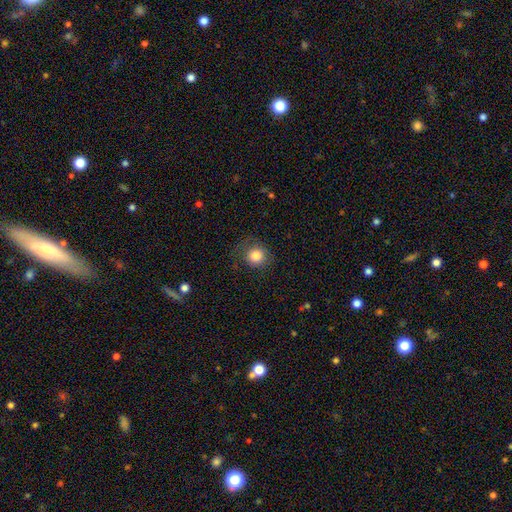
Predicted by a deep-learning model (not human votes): Smooth or featured? smooth (82%)
How rounded? round (89%)
Merging? none (73%)